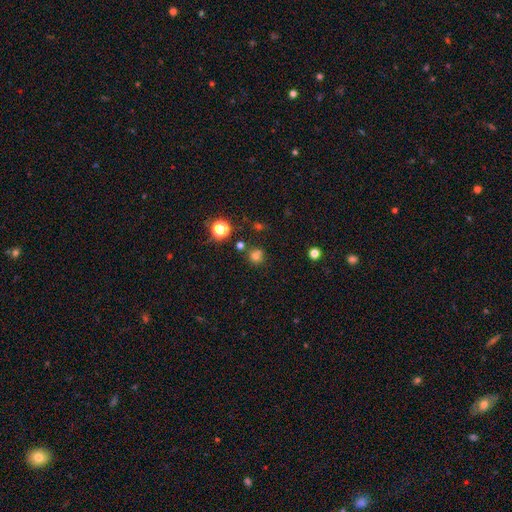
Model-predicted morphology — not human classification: smooth_or_featured: smooth (p=0.71) [alt: star or artifact p=0.22]
how_rounded: round (p=0.90) [alt: in between p=0.09]
merging: none (p=0.70) [alt: merger p=0.15]